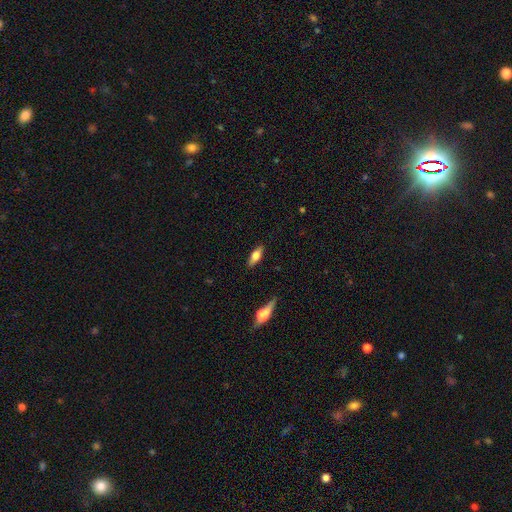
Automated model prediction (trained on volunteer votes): smooth_or_featured: smooth (p=0.61) [alt: featured or disk p=0.32]
how_rounded: in between (p=0.68) [alt: cigar-shaped p=0.29]
merging: none (p=0.85) [alt: minor disturbance p=0.10]